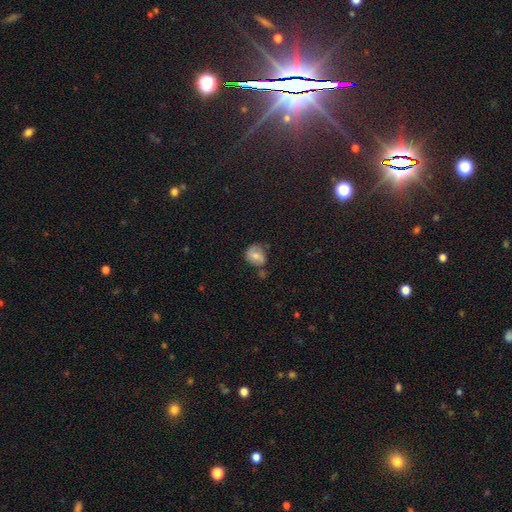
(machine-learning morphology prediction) Smooth or featured? smooth (62%)
How rounded? round (61%)
Merging? none (52%)